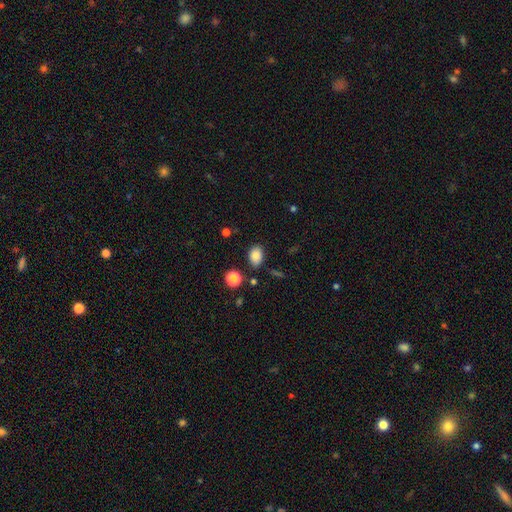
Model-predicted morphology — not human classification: Overall: smooth (85%). How rounded: in between (78%). Merging: none (80%).